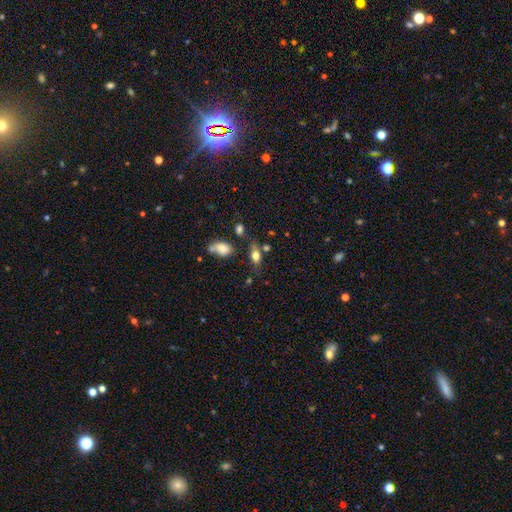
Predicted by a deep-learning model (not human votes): This appears to be a smooth galaxy with no disk features (72%) that is in between round and cigar-shaped (77%). Merging: none (59%).